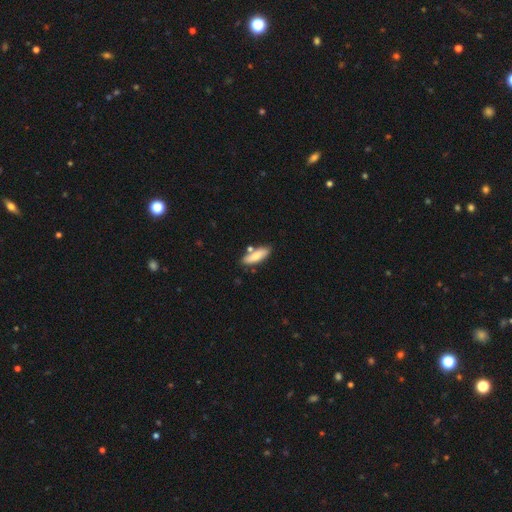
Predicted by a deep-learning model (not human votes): Smooth or featured: smooth — 73% (featured or disk — 21%)
How rounded: in between — 57% (cigar-shaped — 41%)
Merging: none — 72% (minor disturbance — 14%)